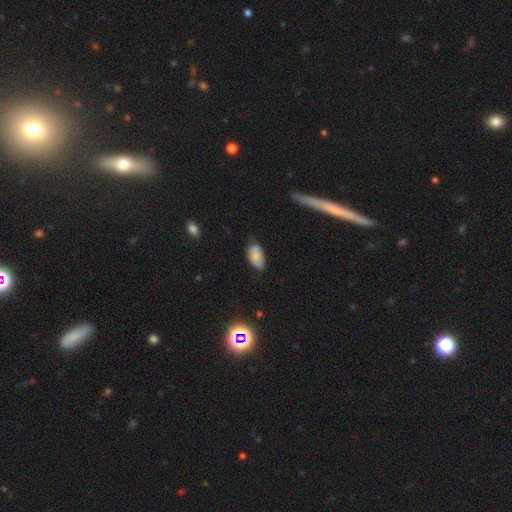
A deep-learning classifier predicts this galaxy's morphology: smooth 83%, star or artifact 9%, featured or disk 8%. Down the decision tree: how rounded — in between (94%); merging — none (69%).